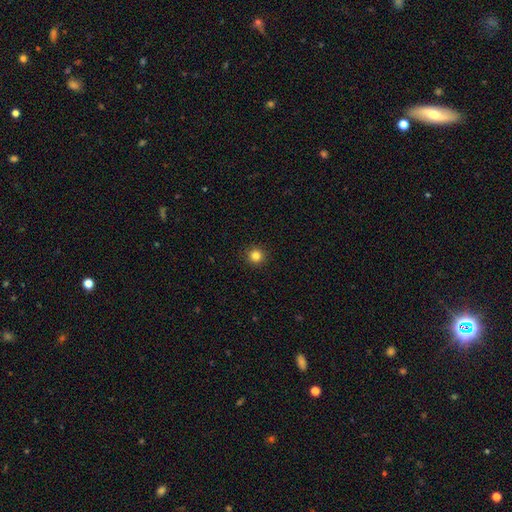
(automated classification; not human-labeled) This appears to be a smooth galaxy with no disk features (83%) that is round (95%). Merging: none (93%).